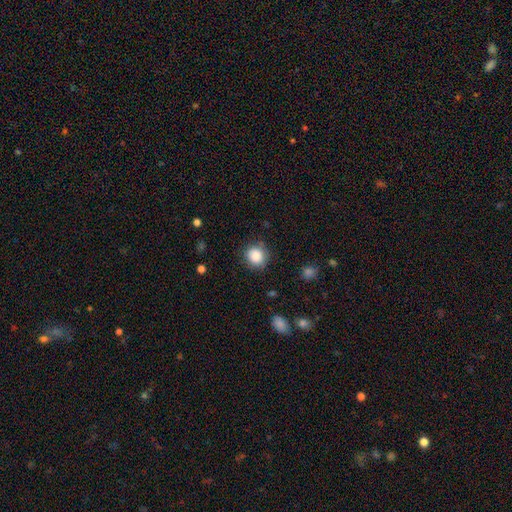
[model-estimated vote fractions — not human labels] Smooth or featured?
  - smooth: 87% *
  - star or artifact: 9%
  - featured or disk: 4%
How rounded?
  - round: 88% *
  - in between: 11%
  - cigar-shaped: 1%
Merging?
  - none: 82% *
  - minor disturbance: 13%
  - major disturbance: 4%
  - merger: 2%